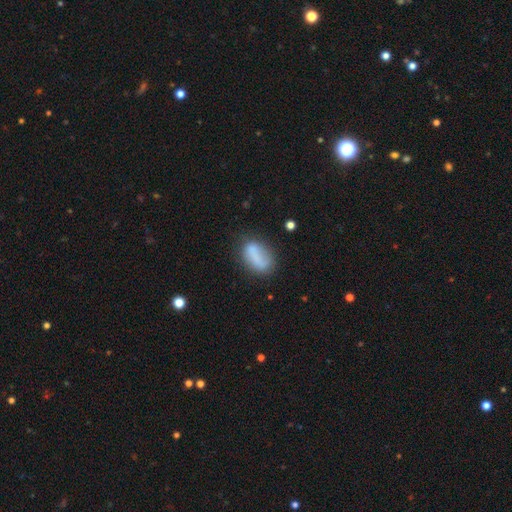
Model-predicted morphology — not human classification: Smooth or featured: smooth — 72% (featured or disk — 20%)
How rounded: in between — 84% (round — 11%)
Merging: none — 56% (minor disturbance — 25%)